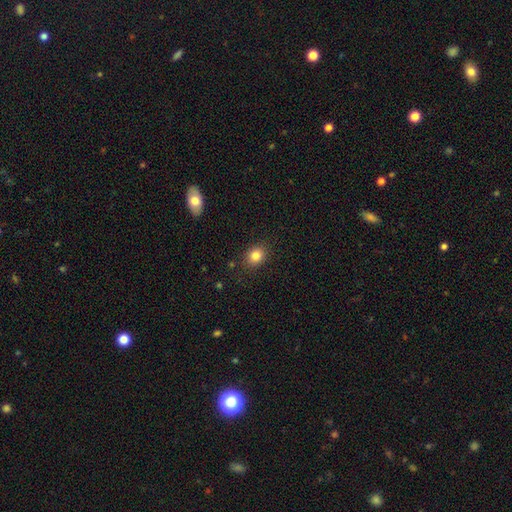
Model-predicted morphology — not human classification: Smooth or featured? smooth (83%)
How rounded? round (56%)
Merging? none (86%)